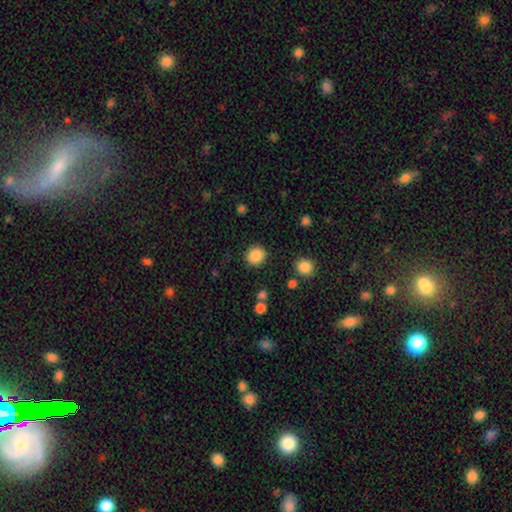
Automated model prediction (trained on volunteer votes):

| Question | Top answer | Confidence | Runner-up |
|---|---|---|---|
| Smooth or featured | smooth | 87% | star or artifact (9%) |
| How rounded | round | 84% | in between (15%) |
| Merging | none | 88% | minor disturbance (7%) |